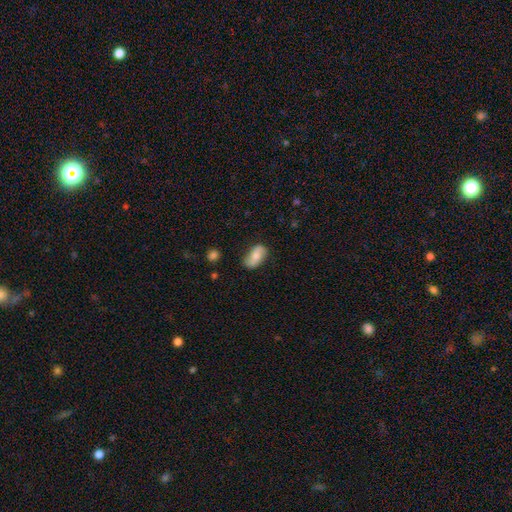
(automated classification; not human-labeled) Smooth or featured?
  - smooth: 63% *
  - featured or disk: 30%
  - star or artifact: 7%
How rounded?
  - in between: 91% *
  - round: 5%
  - cigar-shaped: 4%
Merging?
  - none: 73% *
  - minor disturbance: 20%
  - major disturbance: 5%
  - merger: 2%